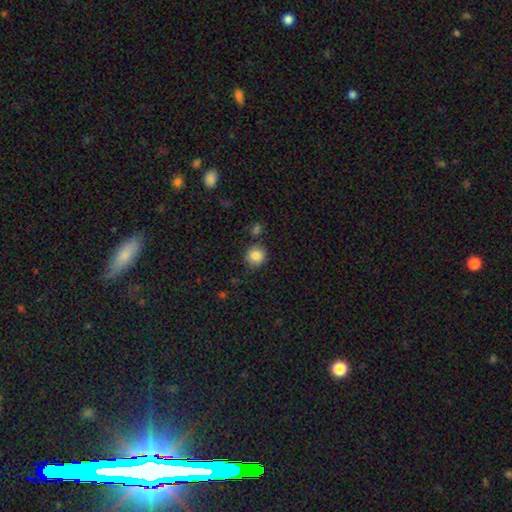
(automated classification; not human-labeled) The model was most divided on "merging": none: 79%, minor disturbance: 12%, merger: 5%, major disturbance: 4%. More confident: how rounded — round (87%); smooth or featured — smooth (86%).